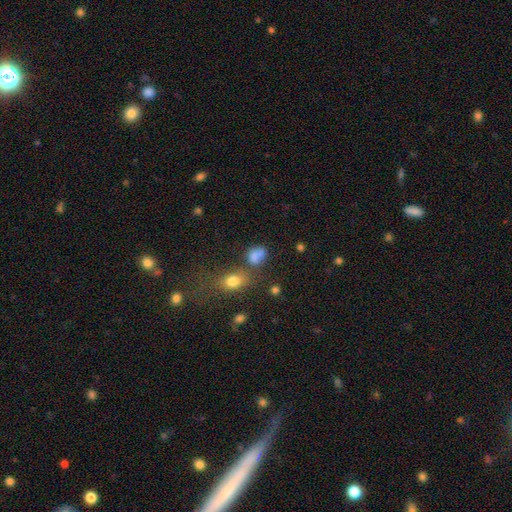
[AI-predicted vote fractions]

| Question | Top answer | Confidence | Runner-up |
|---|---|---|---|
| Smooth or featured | smooth | 77% | star or artifact (14%) |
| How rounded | in between | 62% | round (36%) |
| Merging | none | 40% | merger (31%) |